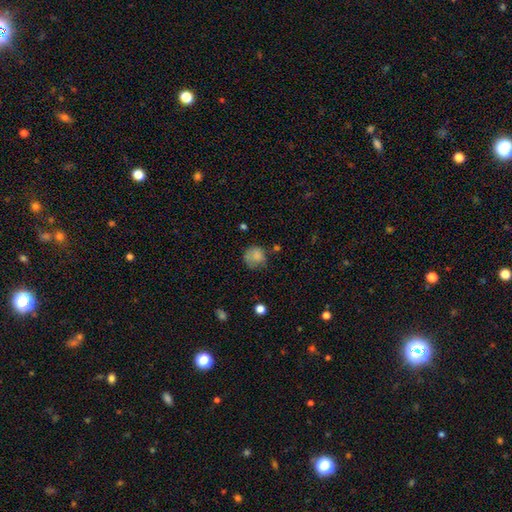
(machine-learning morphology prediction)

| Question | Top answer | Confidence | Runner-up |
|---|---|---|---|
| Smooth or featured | smooth | 78% | featured or disk (12%) |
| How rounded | round | 79% | in between (20%) |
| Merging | none | 55% | minor disturbance (28%) |